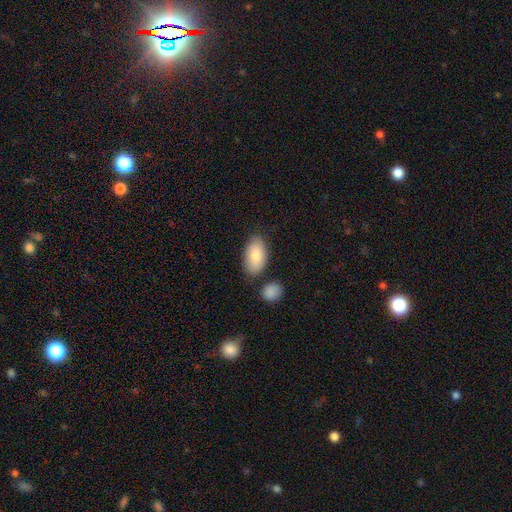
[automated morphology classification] A smooth galaxy with no disk features (83%) that is in between round and cigar-shaped (94%). Merging: none (74%).